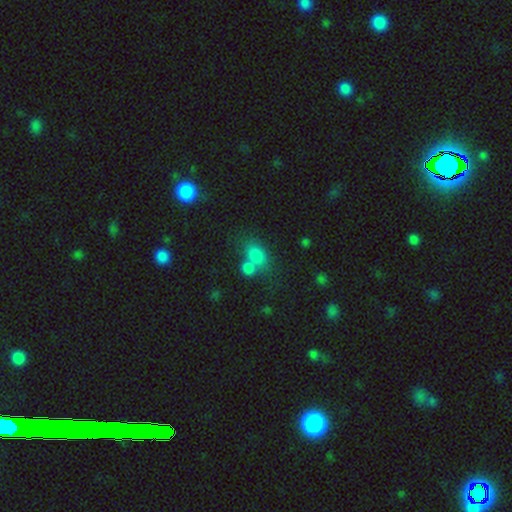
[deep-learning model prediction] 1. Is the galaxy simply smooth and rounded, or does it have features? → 78% smooth, 12% star or artifact, 9% featured or disk.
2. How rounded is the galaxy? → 71% in between, 27% round, 2% cigar-shaped.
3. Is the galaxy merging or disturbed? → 44% merger, 38% none, 11% minor disturbance, 6% major disturbance.